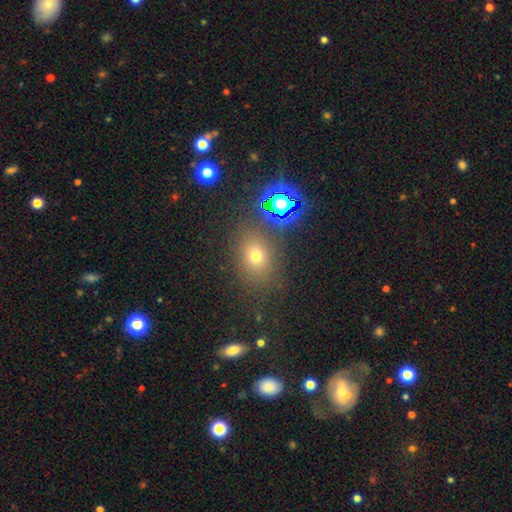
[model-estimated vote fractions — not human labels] Smooth or featured?
  - smooth: 64% *
  - star or artifact: 25%
  - featured or disk: 11%
How rounded?
  - in between: 50% *
  - round: 48%
  - cigar-shaped: 2%
Merging?
  - none: 78% *
  - minor disturbance: 11%
  - major disturbance: 6%
  - merger: 5%